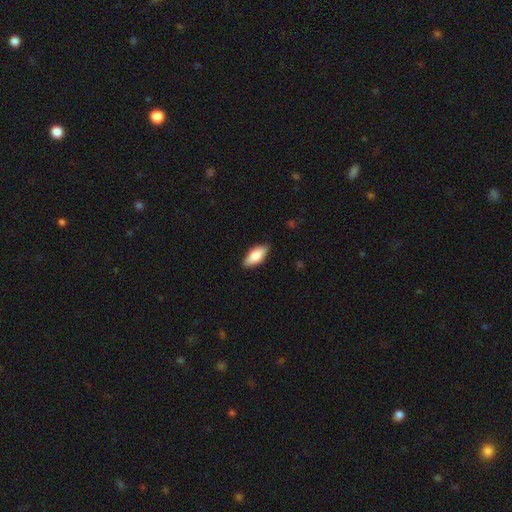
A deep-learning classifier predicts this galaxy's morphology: This is likely a smooth galaxy (78%). How rounded: clearly in between (83%). Merging: clearly none (86%).